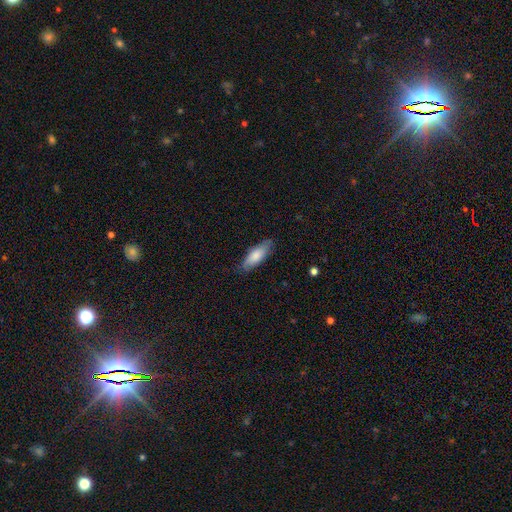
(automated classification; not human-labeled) smooth_or_featured: smooth (p=0.77) [alt: featured or disk p=0.17]
how_rounded: in between (p=0.62) [alt: cigar-shaped p=0.37]
merging: none (p=0.79) [alt: minor disturbance p=0.17]